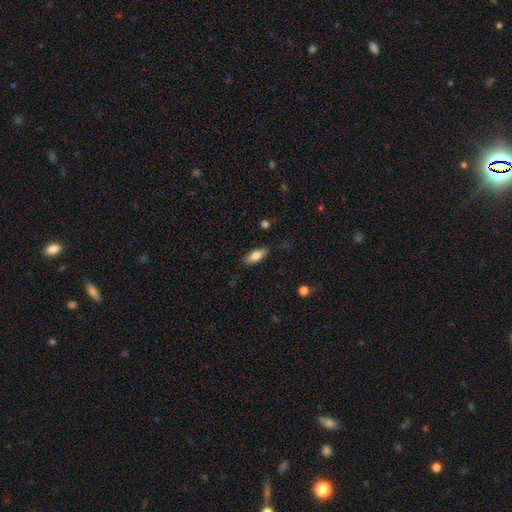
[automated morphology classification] type=smooth (79%); roundness=in between (76%); merging=none (84%).